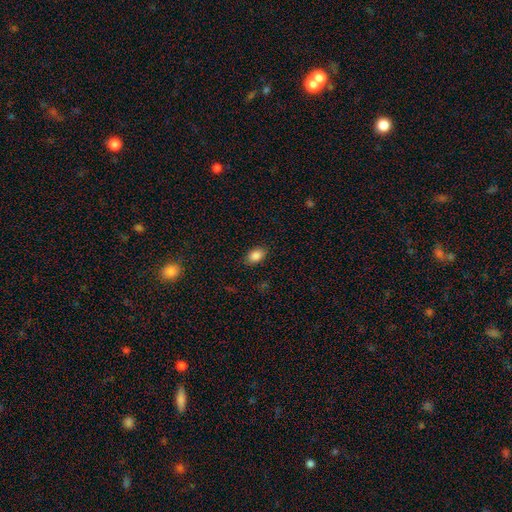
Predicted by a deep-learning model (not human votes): smooth-or-featured: smooth: 86% | star or artifact: 8% | featured or disk: 6%
  how-rounded: in between: 87% | round: 12% | cigar-shaped: 2%
  merging: none: 87% | minor disturbance: 10% | major disturbance: 2% | merger: 1%